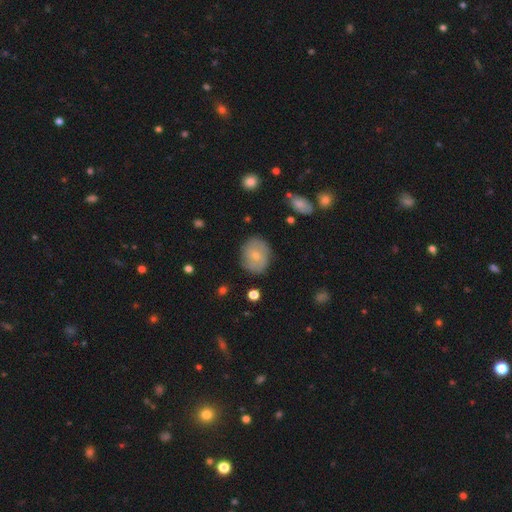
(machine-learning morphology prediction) The model was most divided on "smooth or featured": smooth: 57%, featured or disk: 35%, star or artifact: 8%. More confident: merging — none (79%); how rounded — round (63%).